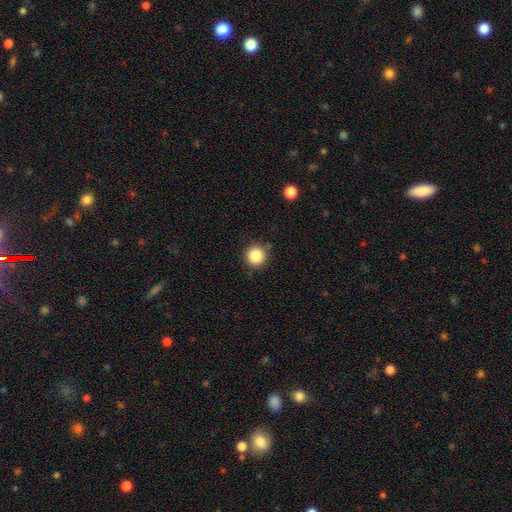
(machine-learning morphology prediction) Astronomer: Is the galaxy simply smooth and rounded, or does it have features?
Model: smooth — 87%.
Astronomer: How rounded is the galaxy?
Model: round — 94%.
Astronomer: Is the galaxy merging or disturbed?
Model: none — 89%.